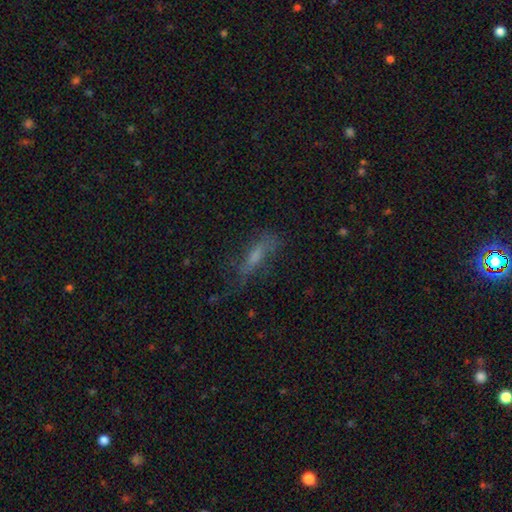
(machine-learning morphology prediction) Smooth or featured? Predicted: smooth (p=0.46). Merging? Predicted: none (p=0.54).